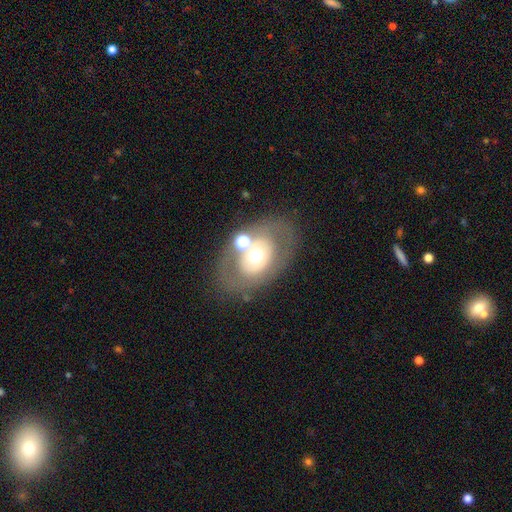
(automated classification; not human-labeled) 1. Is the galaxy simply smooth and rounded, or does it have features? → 51% featured or disk, 38% smooth, 11% star or artifact.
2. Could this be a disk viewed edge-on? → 91% no, 9% yes.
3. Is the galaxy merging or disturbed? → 66% none, 13% minor disturbance, 12% merger, 9% major disturbance.